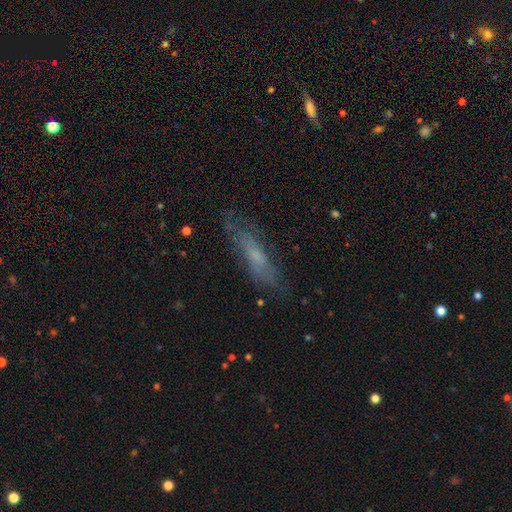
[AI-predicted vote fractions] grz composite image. It shows a featured or disk galaxy (45%, tied with smooth). Merging: none (71%).